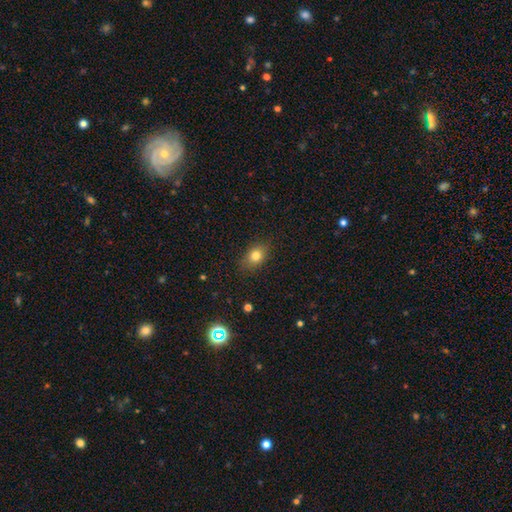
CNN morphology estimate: smooth 80%, star or artifact 11%, featured or disk 9%. Down the decision tree: how rounded — in between (68%); merging — none (84%).